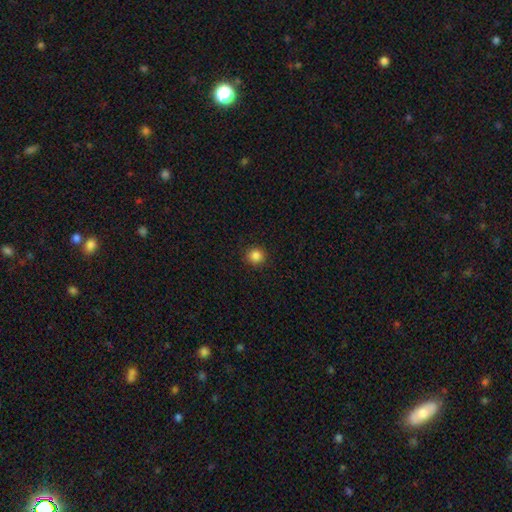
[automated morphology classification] The model was most divided on "smooth or featured": smooth: 85%, star or artifact: 11%, featured or disk: 4%. More confident: how rounded — round (92%); merging — none (91%).